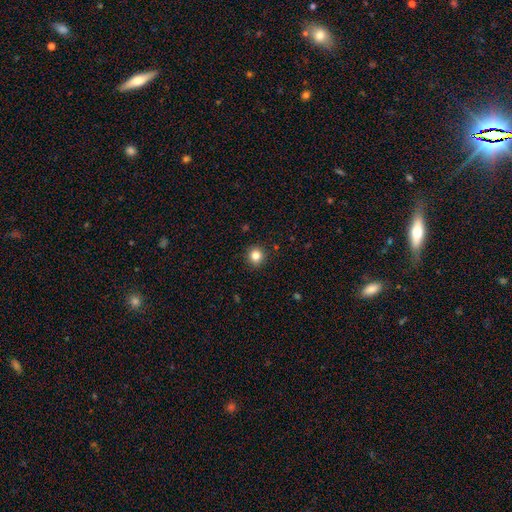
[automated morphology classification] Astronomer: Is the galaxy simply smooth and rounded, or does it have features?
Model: smooth — 83%.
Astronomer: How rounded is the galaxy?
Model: round — 92%.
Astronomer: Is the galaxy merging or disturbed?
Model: none — 91%.